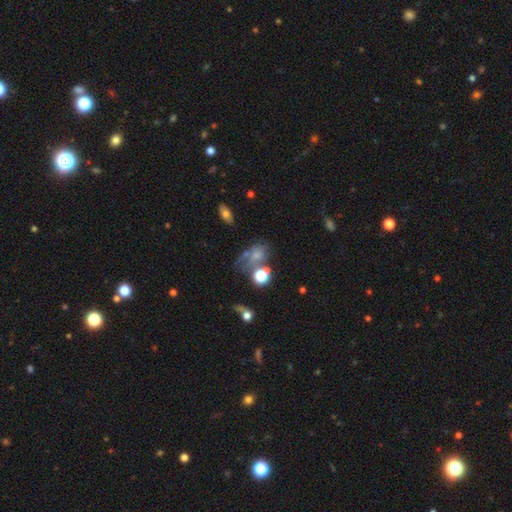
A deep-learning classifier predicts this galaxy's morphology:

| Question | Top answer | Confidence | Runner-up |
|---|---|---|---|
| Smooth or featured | smooth | 54% | featured or disk (26%) |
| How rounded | in between | 56% | round (42%) |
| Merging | none | 30% | major disturbance (25%) |